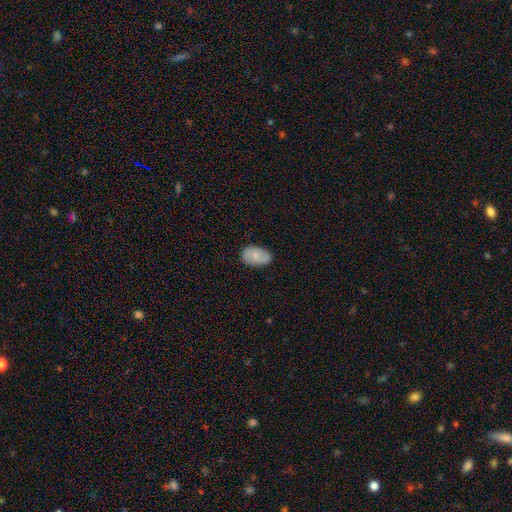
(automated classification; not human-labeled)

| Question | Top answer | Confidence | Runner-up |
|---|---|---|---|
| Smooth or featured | smooth | 70% | featured or disk (23%) |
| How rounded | in between | 91% | round (8%) |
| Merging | none | 78% | minor disturbance (17%) |